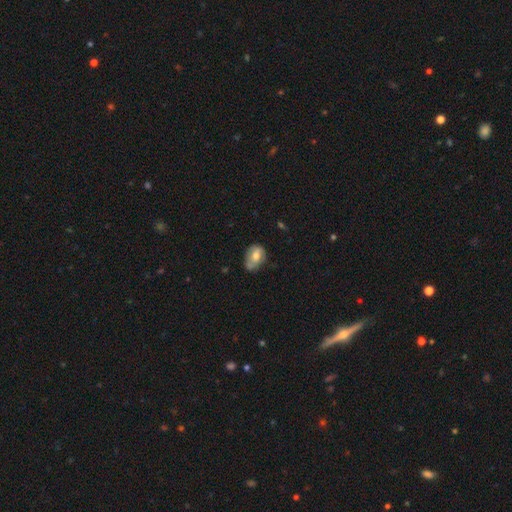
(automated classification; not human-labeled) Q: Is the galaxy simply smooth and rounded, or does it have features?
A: smooth — 62%.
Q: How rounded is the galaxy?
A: in between — 78%.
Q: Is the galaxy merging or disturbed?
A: none — 46%.